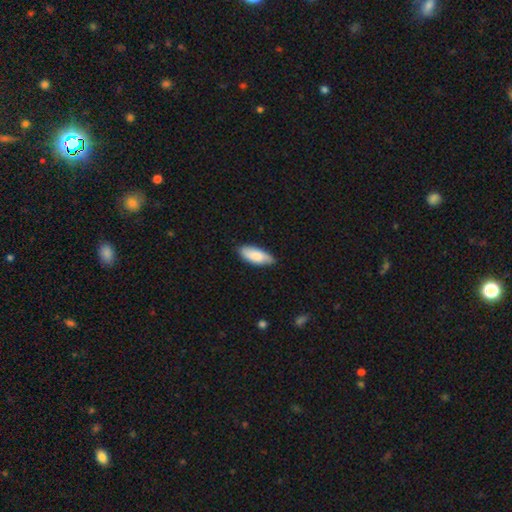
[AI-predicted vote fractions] Q: Smooth or featured?
A: smooth (82%); runner-up: featured or disk (13%)
Q: How rounded?
A: in between (78%); runner-up: cigar-shaped (20%)
Q: Merging?
A: none (81%); runner-up: minor disturbance (15%)